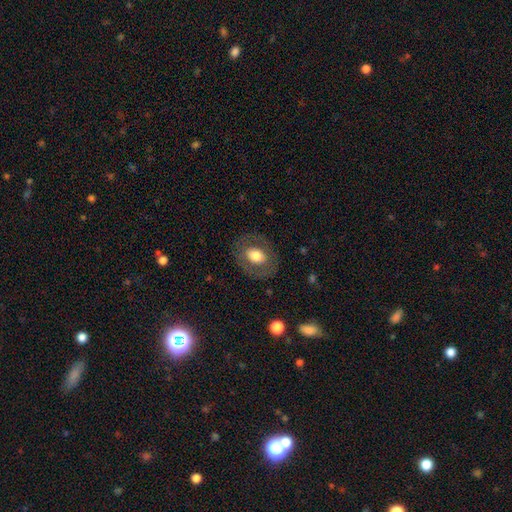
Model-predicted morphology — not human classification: The model was most divided on "how rounded": in between: 58%, round: 41%, cigar-shaped: 1%. More confident: merging — none (80%); smooth or featured — smooth (62%).